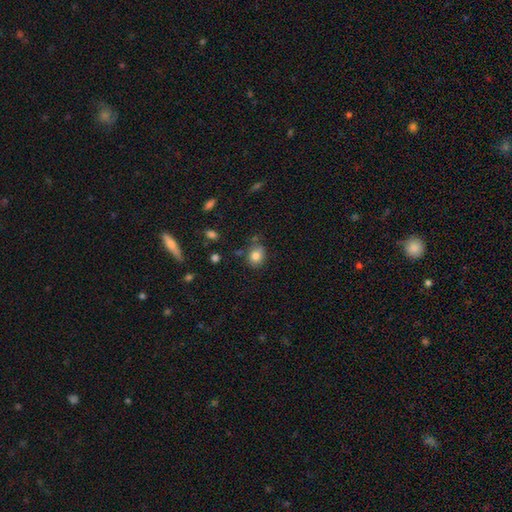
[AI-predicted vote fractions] A smooth galaxy with no disk features (81%) that is in between round and cigar-shaped (50%).

Vote fractions:
- Smooth or featured? smooth: 81% / star or artifact: 10% / featured or disk: 9%
- How rounded? in between: 50% / round: 49% / cigar-shaped: 1%
- Merging? none: 73% / minor disturbance: 17% / merger: 6% / major disturbance: 4%